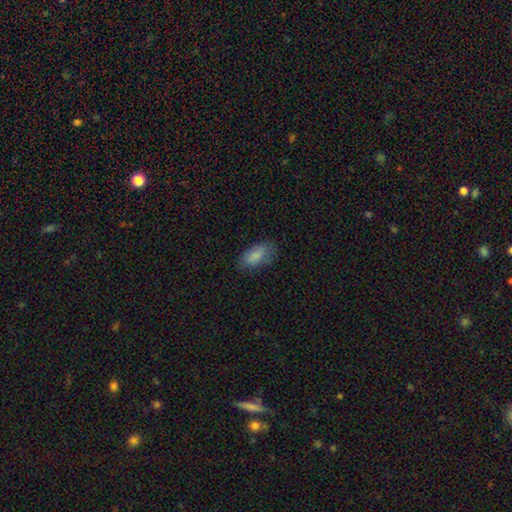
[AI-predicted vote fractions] Q: Smooth or featured?
A: smooth (85%); runner-up: featured or disk (8%)
Q: How rounded?
A: in between (90%); runner-up: cigar-shaped (7%)
Q: Merging?
A: none (72%); runner-up: minor disturbance (21%)